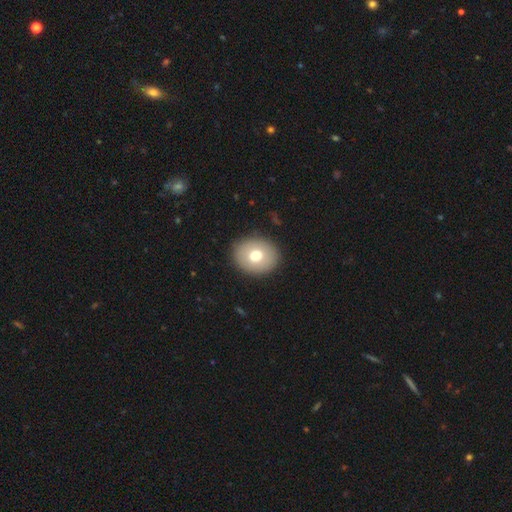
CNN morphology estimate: Smooth or featured? smooth (72%)
How rounded? round (61%)
Merging? none (90%)